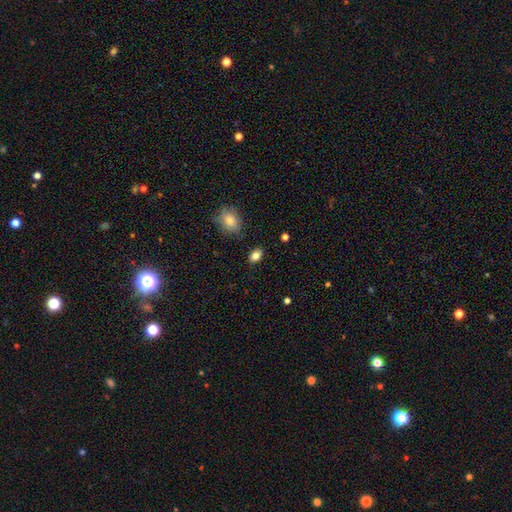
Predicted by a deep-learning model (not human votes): A smooth galaxy with no disk features (82%) that is in between round and cigar-shaped (81%).

Vote fractions:
- Smooth or featured? smooth: 82% / star or artifact: 10% / featured or disk: 8%
- How rounded? in between: 81% / round: 18% / cigar-shaped: 2%
- Merging? none: 84% / minor disturbance: 12% / major disturbance: 3% / merger: 2%